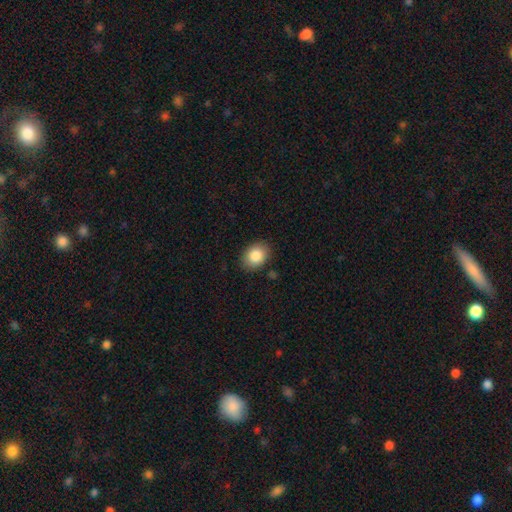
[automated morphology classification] Overall: smooth (86%). How rounded: in between (62%; round 37%). Merging: none (86%).